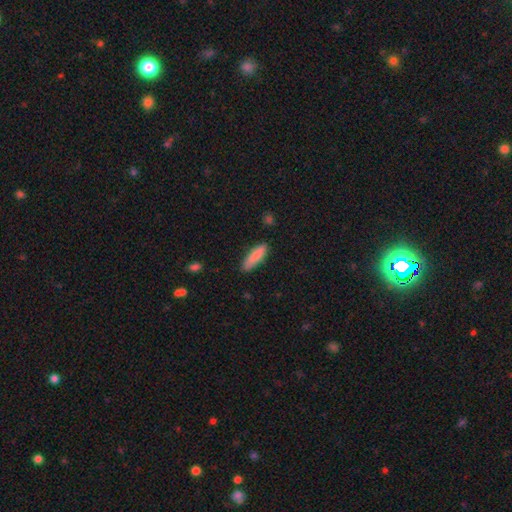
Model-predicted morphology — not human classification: Smooth or featured: smooth — 86% (featured or disk — 8%)
How rounded: cigar-shaped — 61% (in between — 37%)
Merging: none — 81% (minor disturbance — 15%)